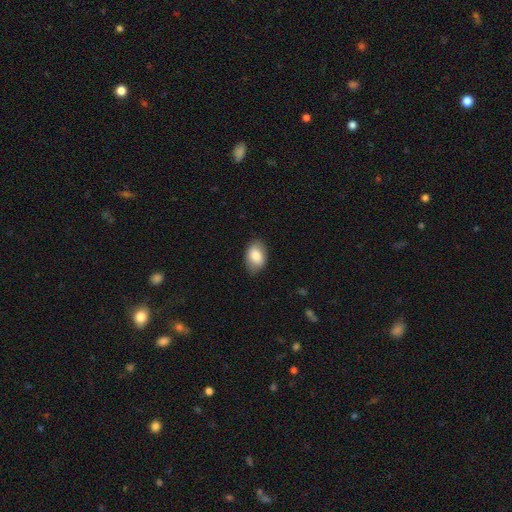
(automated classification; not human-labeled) Q: Smooth or featured?
A: smooth (83%); runner-up: featured or disk (10%)
Q: How rounded?
A: in between (87%); runner-up: round (12%)
Q: Merging?
A: none (82%); runner-up: minor disturbance (14%)